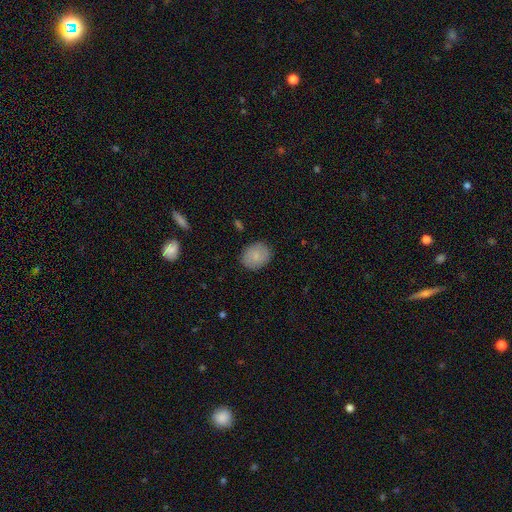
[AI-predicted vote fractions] Morphology: type=smooth (83%); roundness=round (56%); merging=none (87%).